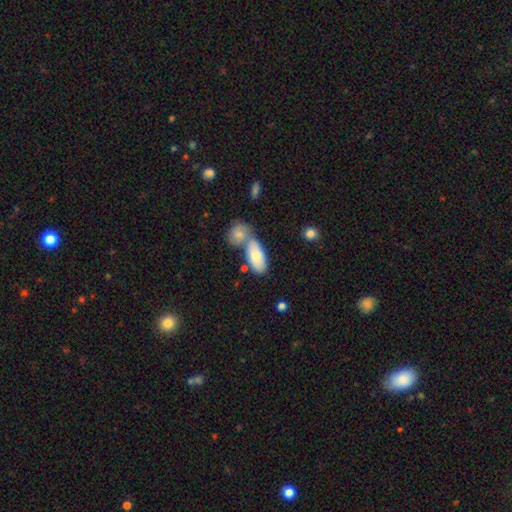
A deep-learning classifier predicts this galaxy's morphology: smooth 80%, featured or disk 15%, star or artifact 6%. Down the decision tree: how rounded — in between (89%); merging — merger (44%).